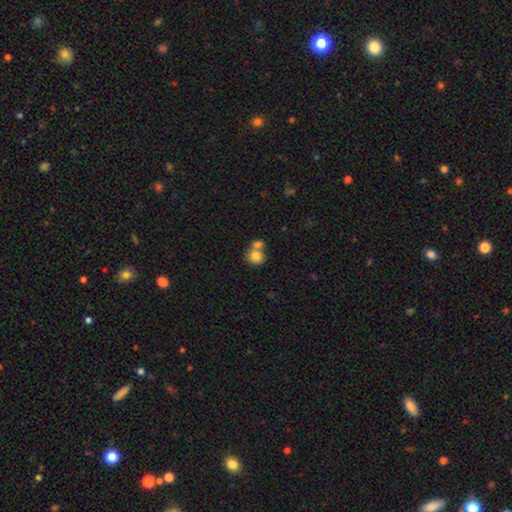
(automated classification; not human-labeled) smooth 79%, featured or disk 12%, star or artifact 9%. Down the decision tree: how rounded — round (78%); merging — merger (48%).